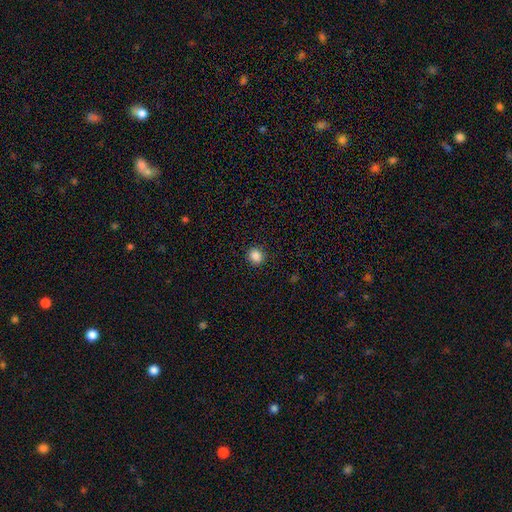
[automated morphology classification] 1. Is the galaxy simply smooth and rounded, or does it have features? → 86% smooth, 11% star or artifact, 3% featured or disk.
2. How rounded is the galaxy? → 79% round, 20% in between, 1% cigar-shaped.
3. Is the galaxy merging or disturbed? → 89% none, 7% minor disturbance, 2% major disturbance, 1% merger.